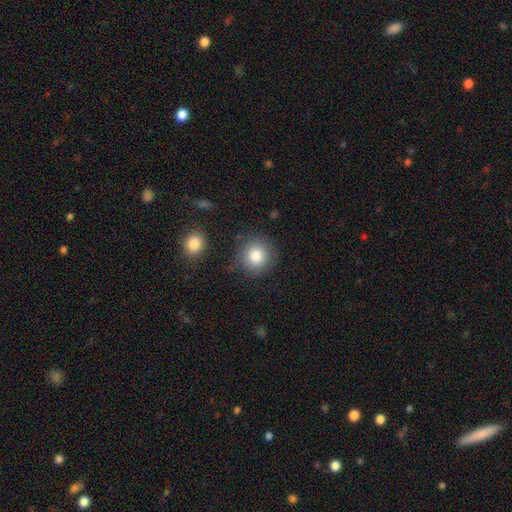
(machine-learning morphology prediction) Smooth or featured: smooth — 84% (star or artifact — 9%)
How rounded: round — 90% (in between — 9%)
Merging: none — 84% (minor disturbance — 10%)